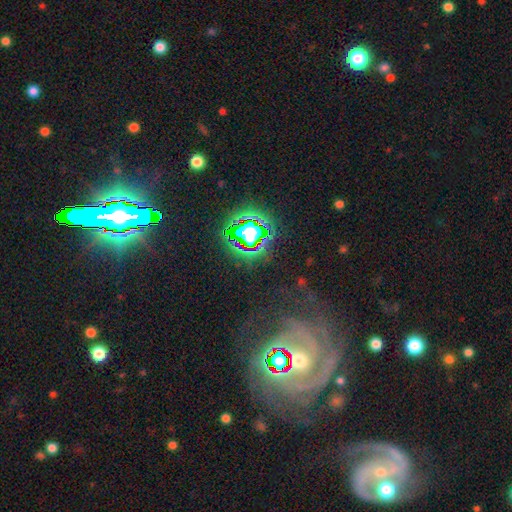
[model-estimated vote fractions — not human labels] Overall: star or artifact (51%; featured or disk 36%).